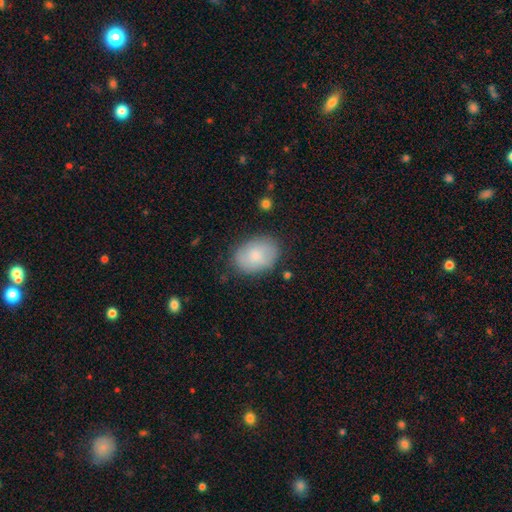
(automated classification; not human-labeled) smooth-or-featured: smooth: 79% | featured or disk: 15% | star or artifact: 7%
  how-rounded: in between: 77% | round: 22% | cigar-shaped: 1%
  merging: none: 78% | minor disturbance: 16% | major disturbance: 4% | merger: 2%